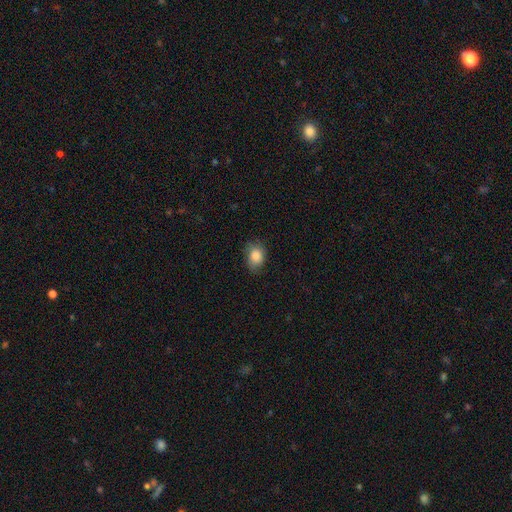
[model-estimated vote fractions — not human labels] The model was most divided on "how rounded": in between: 61%, round: 37%, cigar-shaped: 1%. More confident: smooth or featured — smooth (80%); merging — none (68%).